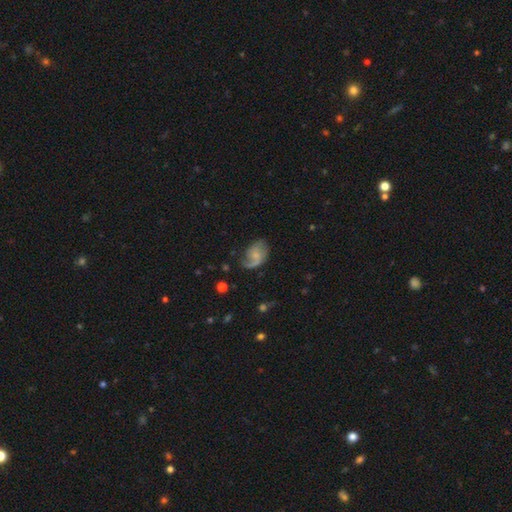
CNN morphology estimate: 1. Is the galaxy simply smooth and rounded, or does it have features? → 61% featured or disk, 31% smooth, 8% star or artifact.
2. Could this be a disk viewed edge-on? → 97% no, 3% yes.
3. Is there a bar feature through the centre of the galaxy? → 67% no, 29% weak, 4% strong.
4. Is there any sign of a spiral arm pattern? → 87% yes, 13% no.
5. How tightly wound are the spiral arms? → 40% loose (tied), 40% medium (tied), 20% tight.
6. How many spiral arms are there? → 51% 2, 35% 1, 10% can't tell, 2% 3, 1% 4, 1% more than 4.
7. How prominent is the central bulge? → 57% small, 22% moderate, 18% none, 2% large, 1% dominant.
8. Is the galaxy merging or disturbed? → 49% none, 28% minor disturbance, 21% major disturbance, 2% merger.